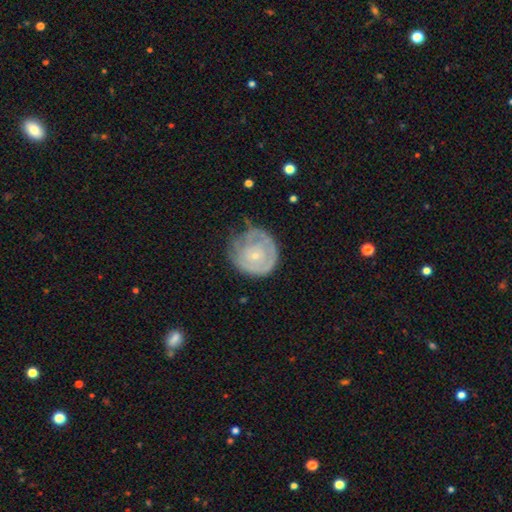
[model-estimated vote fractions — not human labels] smooth_or_featured: featured or disk (p=0.66) [alt: smooth p=0.28]
disk_edge_on: no (p=0.98) [alt: yes p=0.02]
bar: no (p=0.83) [alt: weak p=0.14]
has_spiral_arms: yes (p=0.71) [alt: no p=0.29]
bulge_size: small (p=0.80) [alt: moderate p=0.16]
merging: none (p=0.57) [alt: minor disturbance p=0.28]